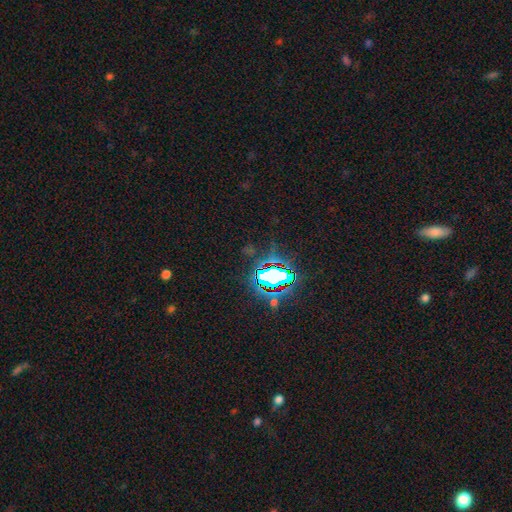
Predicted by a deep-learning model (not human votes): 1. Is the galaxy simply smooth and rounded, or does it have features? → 83% star or artifact, 10% smooth, 7% featured or disk.